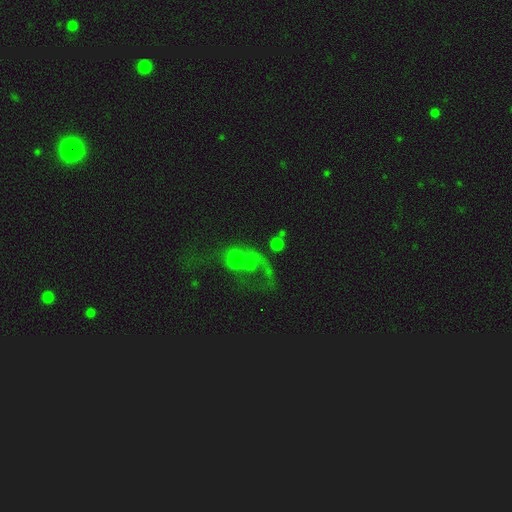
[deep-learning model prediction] Q: Smooth or featured?
A: featured or disk (42%); runner-up: star or artifact (32%)
Q: Merging?
A: major disturbance (35%); runner-up: merger (32%)